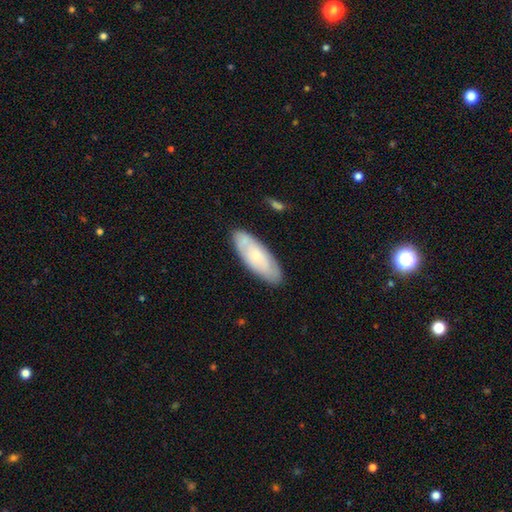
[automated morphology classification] Overall: smooth (58%; featured or disk 35%). How rounded: in between (69%; cigar-shaped 29%). Merging: none (83%).